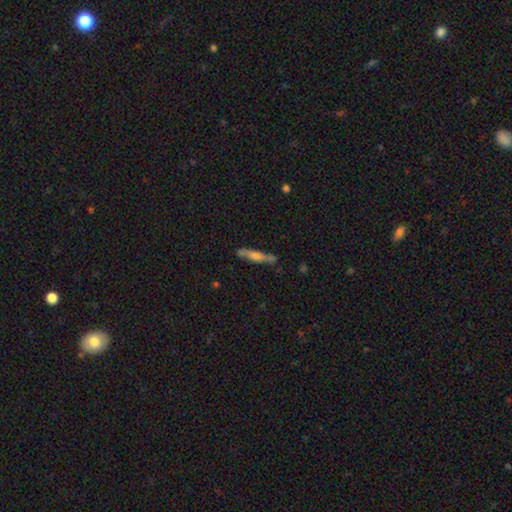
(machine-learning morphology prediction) smooth_or_featured: featured or disk (p=0.49) [alt: smooth p=0.43]
merging: none (p=0.78) [alt: minor disturbance p=0.15]